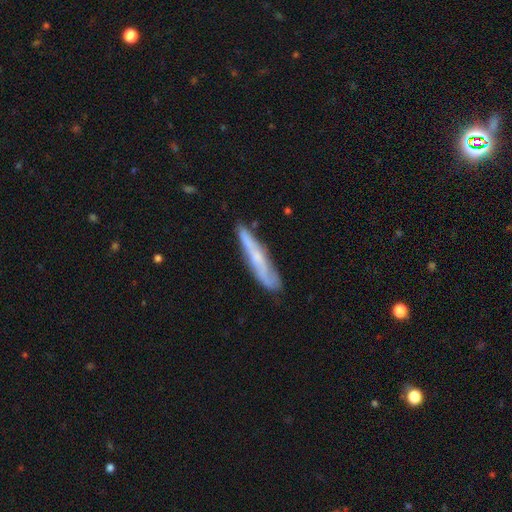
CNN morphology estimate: featured or disk 52%, smooth 41%, star or artifact 7%. Down the decision tree: edge-on disk — yes (70%); merging — none (76%).